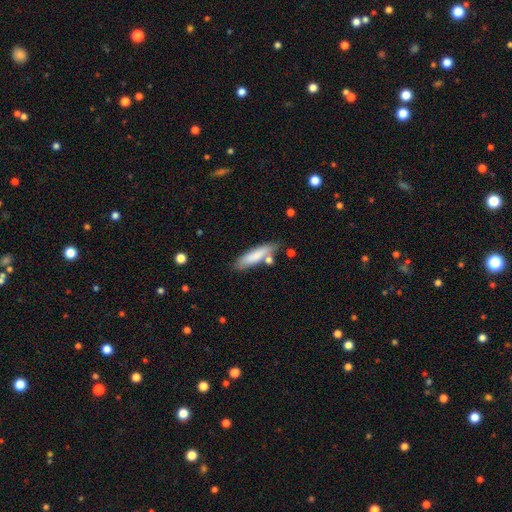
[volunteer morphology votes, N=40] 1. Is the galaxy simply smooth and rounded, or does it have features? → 78% smooth, 18% featured or disk, 5% star or artifact.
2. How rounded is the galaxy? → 65% cigar-shaped, 32% in between, 3% round.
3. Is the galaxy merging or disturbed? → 61% none, 18% minor disturbance, 18% merger, 3% major disturbance.